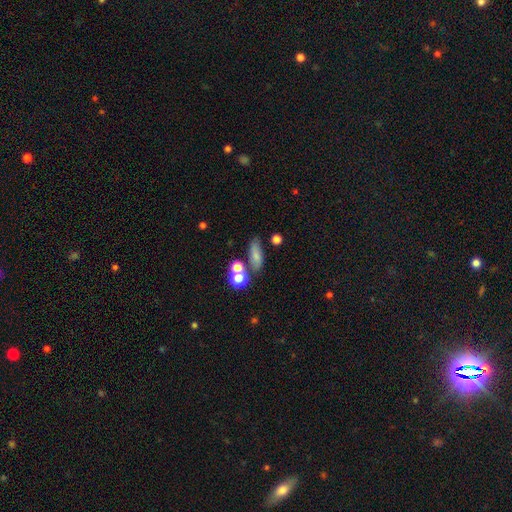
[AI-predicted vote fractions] This is likely a smooth galaxy (72%). How rounded: possibly in between (59%). Merging: likely none (61%).